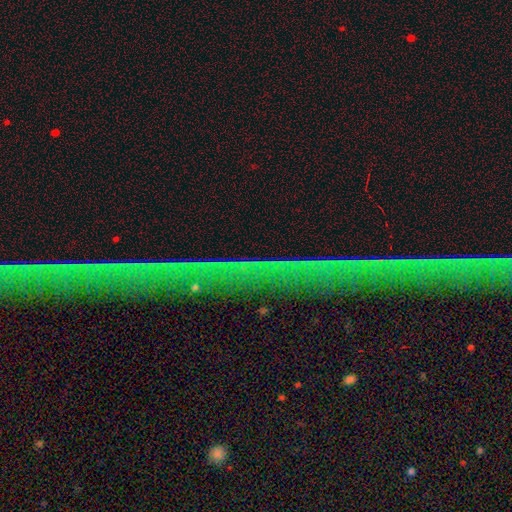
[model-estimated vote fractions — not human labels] Smooth or featured? star or artifact (75%)